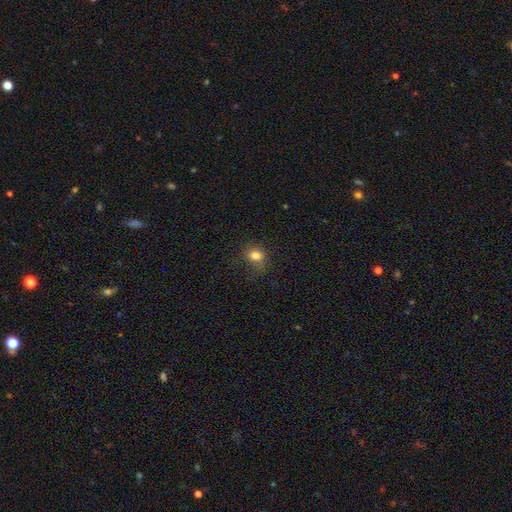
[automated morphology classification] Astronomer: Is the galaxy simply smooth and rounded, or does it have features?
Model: smooth — 80%.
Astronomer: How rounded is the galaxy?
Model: round — 62% (runner-up: in between, 37%).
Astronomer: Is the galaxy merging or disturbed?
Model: none — 64%.